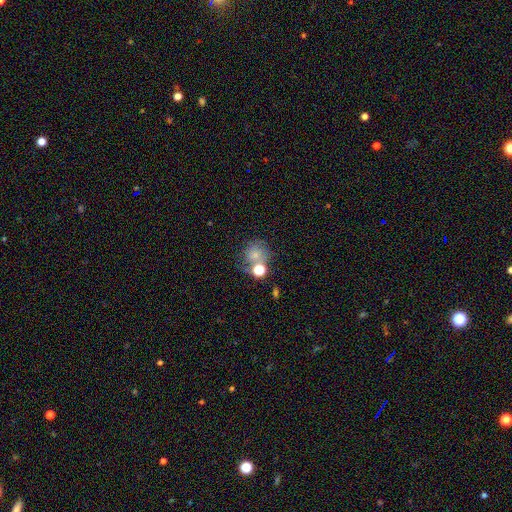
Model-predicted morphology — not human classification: This appears to be a smooth galaxy with no disk features (67%) that is round (82%). Merging: none (46%).